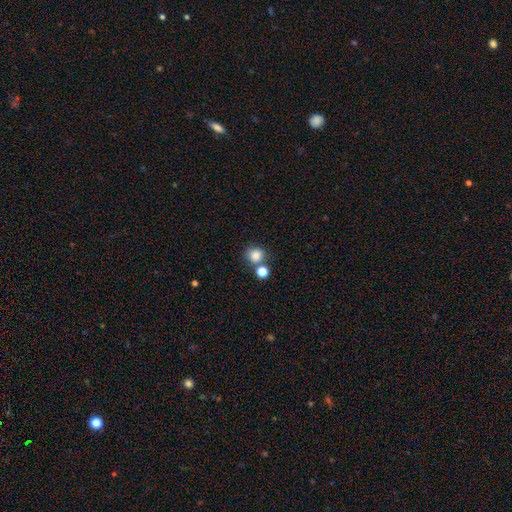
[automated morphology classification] Smooth or featured: smooth — 83% (star or artifact — 12%)
How rounded: round — 85% (in between — 14%)
Merging: none — 65% (merger — 22%)